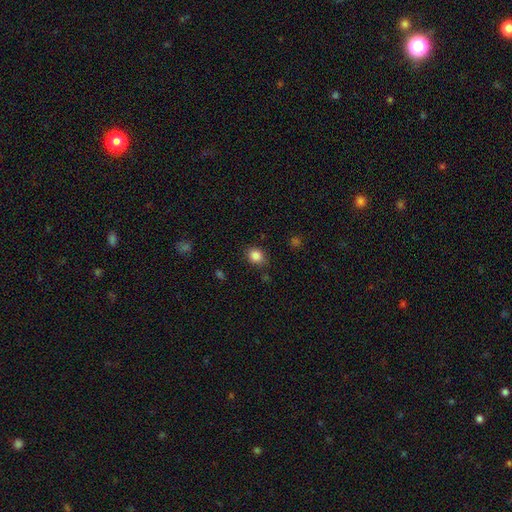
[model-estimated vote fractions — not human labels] Morphology: type=smooth (85%); roundness=round (60%); merging=none (82%).